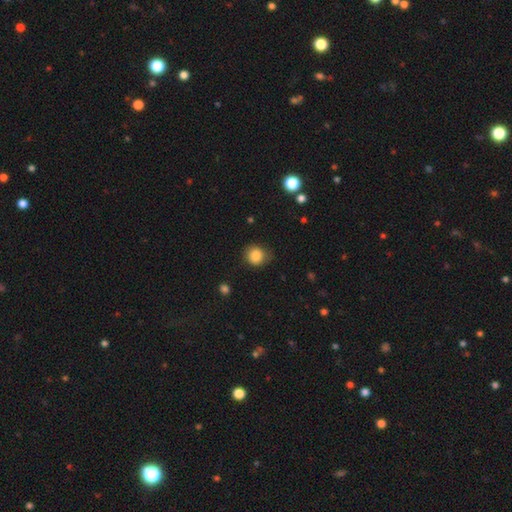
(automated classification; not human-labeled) This is clearly a smooth galaxy (85%). How rounded: clearly round (83%). Merging: likely none (73%).